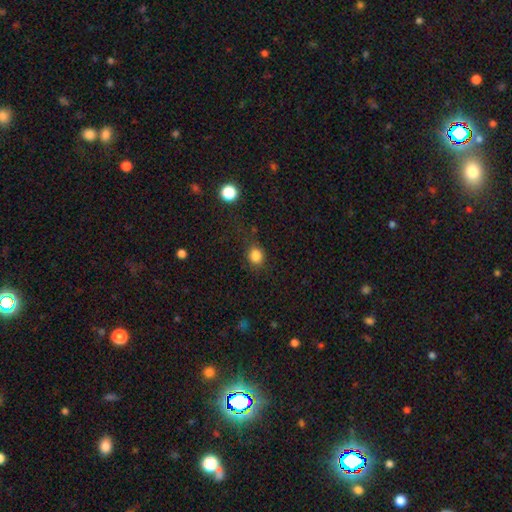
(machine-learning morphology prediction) smooth_or_featured: smooth (p=0.84) [alt: star or artifact p=0.12]
how_rounded: round (p=0.68) [alt: in between p=0.31]
merging: none (p=0.73) [alt: minor disturbance p=0.16]